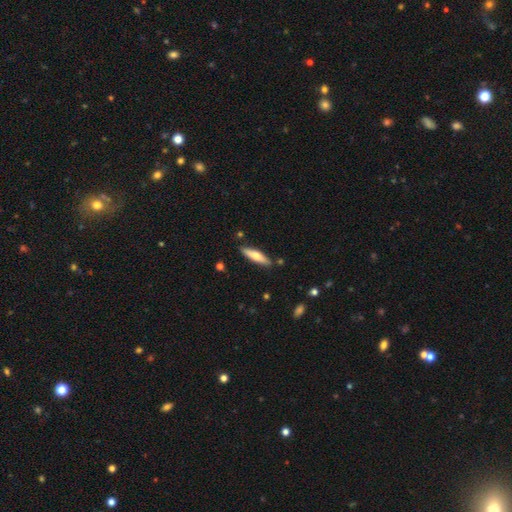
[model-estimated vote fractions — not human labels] This appears to be a smooth galaxy with no disk features (55%) that is cigar-shaped (76%). Merging: none (85%).